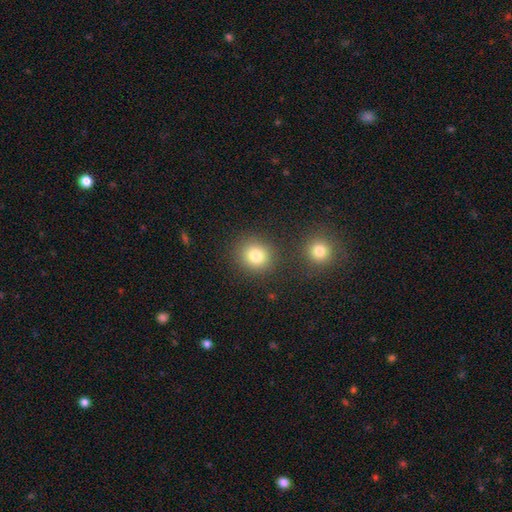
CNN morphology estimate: smooth-or-featured: smooth: 80% | star or artifact: 12% | featured or disk: 8%
  how-rounded: round: 82% | in between: 17% | cigar-shaped: 1%
  merging: none: 81% | minor disturbance: 8% | merger: 7% | major disturbance: 3%